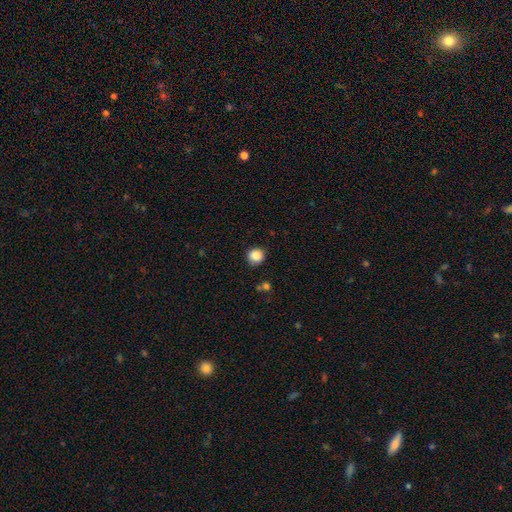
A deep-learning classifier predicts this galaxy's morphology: Smooth or featured? Predicted: smooth (p=0.87). How rounded? Predicted: round (p=0.92). Merging? Predicted: none (p=0.88).